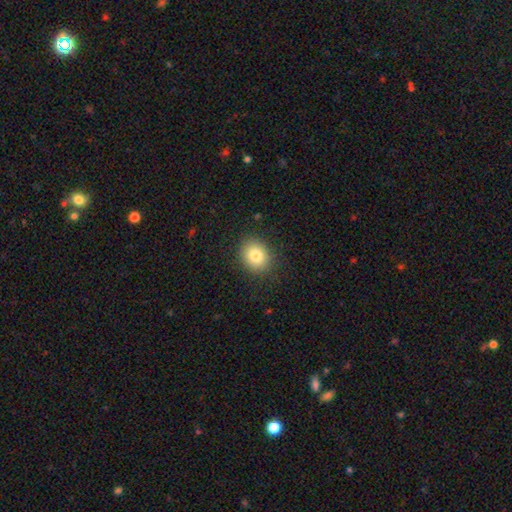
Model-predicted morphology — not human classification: A smooth galaxy with no disk features (82%) that is round (63%).

Vote fractions:
- Smooth or featured? smooth: 82% / star or artifact: 10% / featured or disk: 8%
- How rounded? round: 63% / in between: 36% / cigar-shaped: 1%
- Merging? none: 88% / minor disturbance: 9% / major disturbance: 3% / merger: 1%